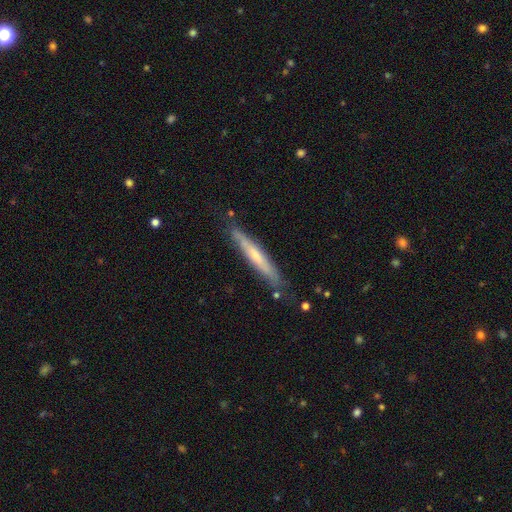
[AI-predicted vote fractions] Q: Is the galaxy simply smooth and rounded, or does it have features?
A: featured or disk — 48%.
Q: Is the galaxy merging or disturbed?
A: none — 80%.